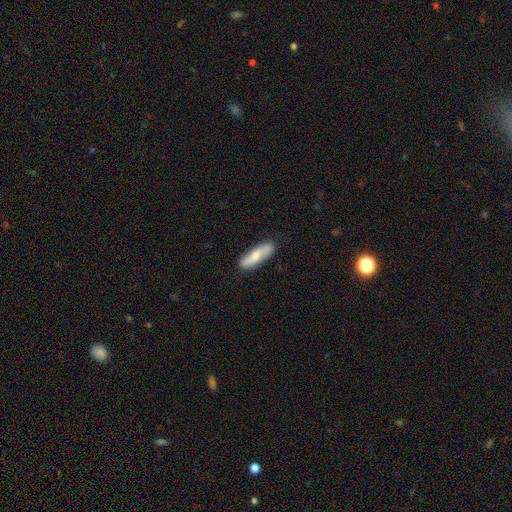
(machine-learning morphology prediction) smooth-or-featured: smooth: 69% | featured or disk: 25% | star or artifact: 5%
  how-rounded: cigar-shaped: 57% | in between: 41% | round: 2%
  merging: none: 85% | minor disturbance: 12% | major disturbance: 2% | merger: 1%